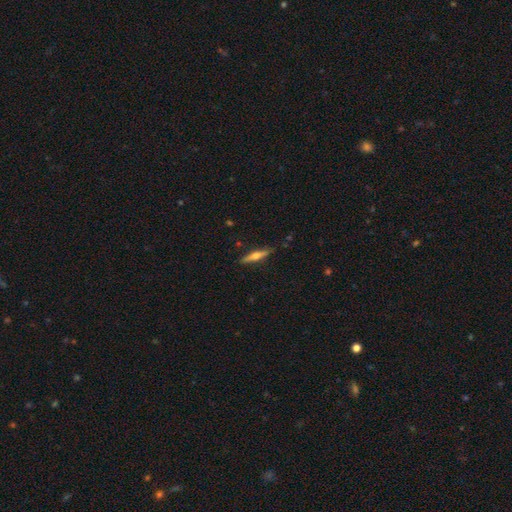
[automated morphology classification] The model was most divided on "smooth or featured": featured or disk: 50%, smooth: 43%, star or artifact: 6%. More confident: edge-on disk — yes (95%); merging — none (87%).